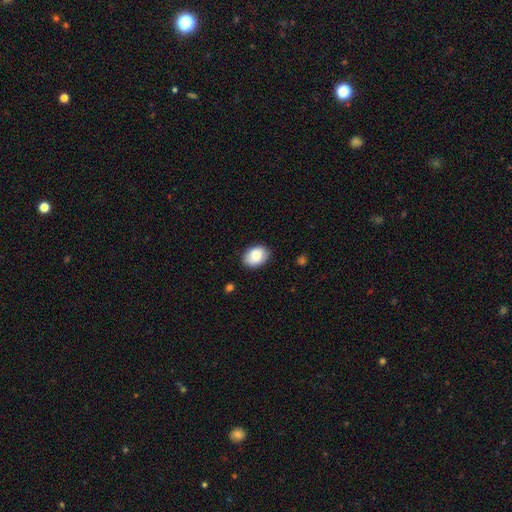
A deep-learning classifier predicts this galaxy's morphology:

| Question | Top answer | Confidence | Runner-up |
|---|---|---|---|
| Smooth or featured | smooth | 88% | star or artifact (7%) |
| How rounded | in between | 79% | round (20%) |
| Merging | none | 83% | minor disturbance (13%) |